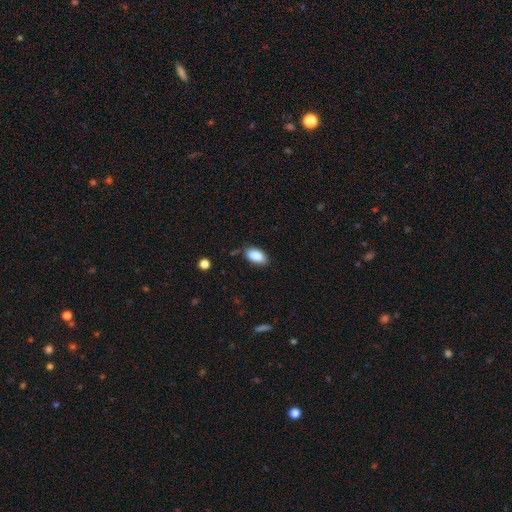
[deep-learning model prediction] smooth 88%, star or artifact 7%, featured or disk 5%. Down the decision tree: how rounded — in between (93%); merging — none (76%).